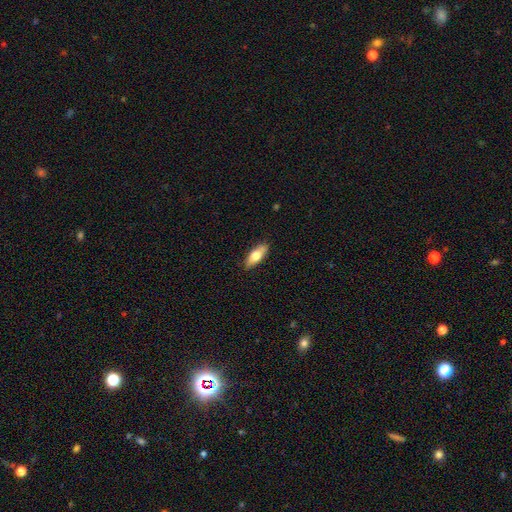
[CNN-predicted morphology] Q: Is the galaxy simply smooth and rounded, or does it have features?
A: smooth — 69%.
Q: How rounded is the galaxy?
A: in between — 72%.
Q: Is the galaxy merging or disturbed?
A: none — 87%.